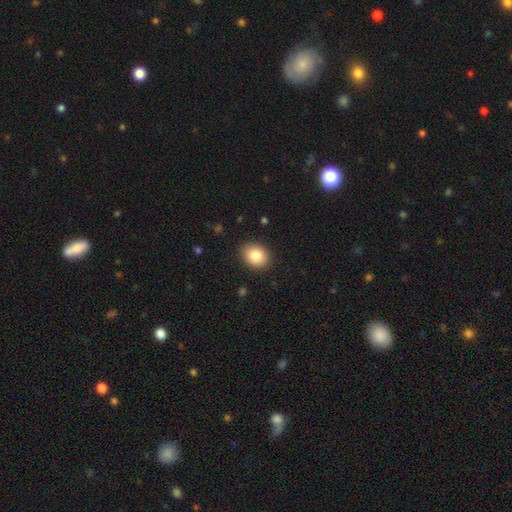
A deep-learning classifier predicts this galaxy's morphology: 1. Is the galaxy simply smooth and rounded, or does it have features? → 84% smooth, 9% star or artifact, 8% featured or disk.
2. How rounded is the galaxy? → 56% round, 43% in between, 1% cigar-shaped.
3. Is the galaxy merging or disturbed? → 89% none, 8% minor disturbance, 2% major disturbance, 1% merger.